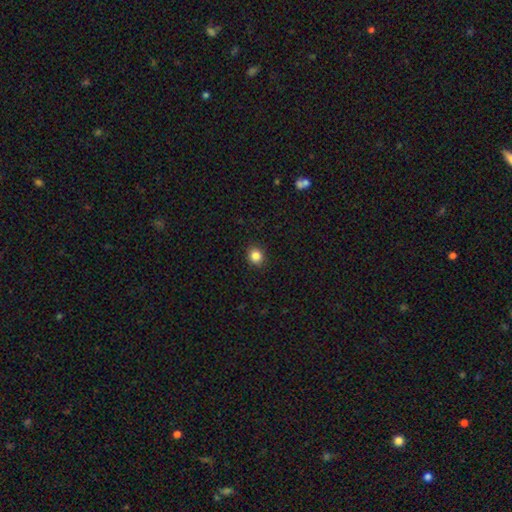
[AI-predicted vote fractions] Morphology: type=smooth (85%); roundness=round (80%); merging=none (91%).